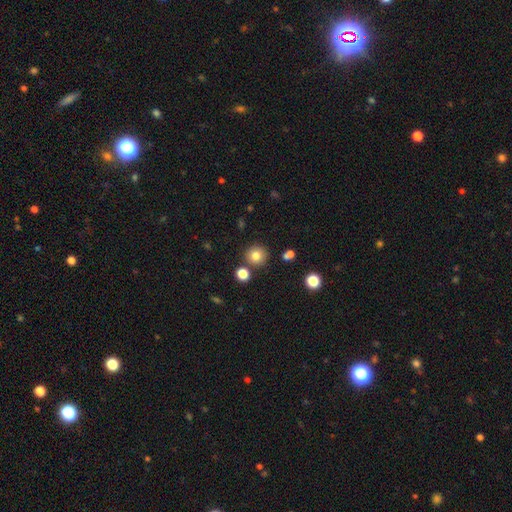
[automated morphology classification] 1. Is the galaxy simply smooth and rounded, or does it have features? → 80% smooth, 12% star or artifact, 8% featured or disk.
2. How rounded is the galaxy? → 93% round, 6% in between, 1% cigar-shaped.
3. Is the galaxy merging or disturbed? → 83% none, 7% minor disturbance, 7% merger, 2% major disturbance.